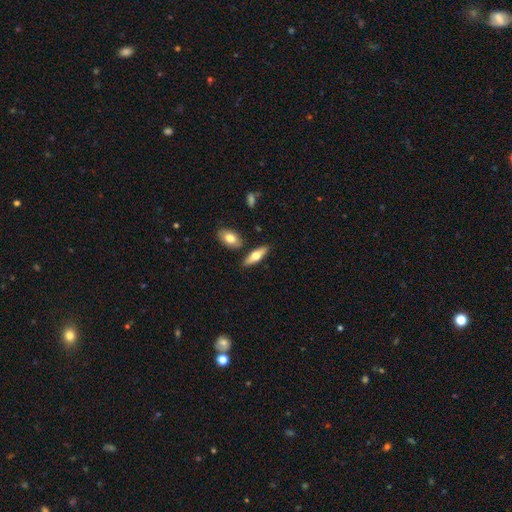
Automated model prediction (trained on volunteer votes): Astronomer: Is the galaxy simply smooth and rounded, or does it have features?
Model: smooth — 56% (runner-up: featured or disk, 39%).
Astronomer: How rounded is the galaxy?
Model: in between — 57% (runner-up: cigar-shaped, 41%).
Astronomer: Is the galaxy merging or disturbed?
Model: none — 80%.